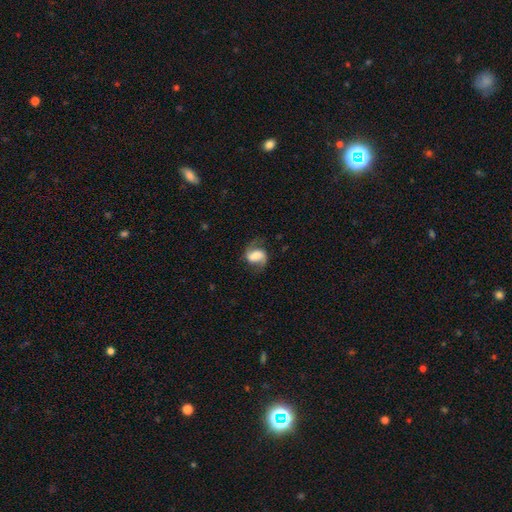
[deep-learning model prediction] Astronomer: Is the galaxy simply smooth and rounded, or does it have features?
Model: featured or disk — 62%.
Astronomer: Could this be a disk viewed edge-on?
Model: no — 97%.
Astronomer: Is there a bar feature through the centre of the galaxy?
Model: weak — 38% (runner-up: no, 34%).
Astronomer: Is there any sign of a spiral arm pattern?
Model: yes — 91%.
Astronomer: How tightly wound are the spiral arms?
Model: loose — 46% (runner-up: medium, 41%).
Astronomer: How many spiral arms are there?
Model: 2 — 88%.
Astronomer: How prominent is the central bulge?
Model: large — 33% (runner-up: moderate, 25%).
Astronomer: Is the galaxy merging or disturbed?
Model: none — 68%.